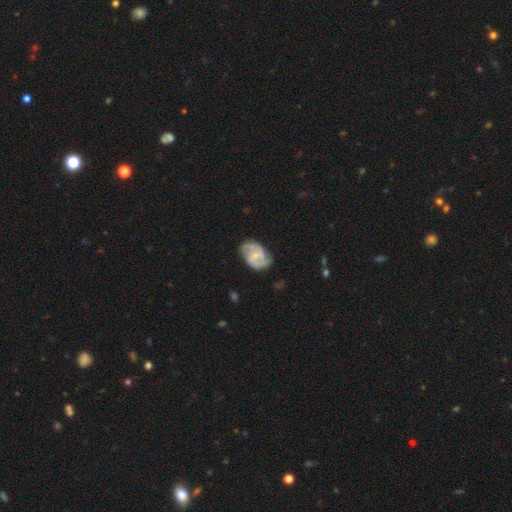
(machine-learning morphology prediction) A featured or disk galaxy (80%) with a weak bar (51%), 2 (80%) medium (52%) spiral arms (94%) and a small central bulge (57%).

Vote fractions:
- Smooth or featured? featured or disk: 80% / smooth: 15% / star or artifact: 5%
- Edge-on disk? no: 98% / yes: 2%
- Bar? weak: 51% / no: 35% / strong: 14%
- Spiral arms? yes: 94% / no: 6%
- Spiral winding? medium: 52% / tight: 26% / loose: 22%
- Spiral arm count? 2: 80% / can't tell: 8% / 3: 7% / 1: 2% / 4: 2% / more than 4: 2%
- Bulge size? small: 57% / moderate: 27% / none: 13% / large: 2% / dominant: 1%
- Merging? none: 69% / minor disturbance: 23% / major disturbance: 7% / merger: 2%